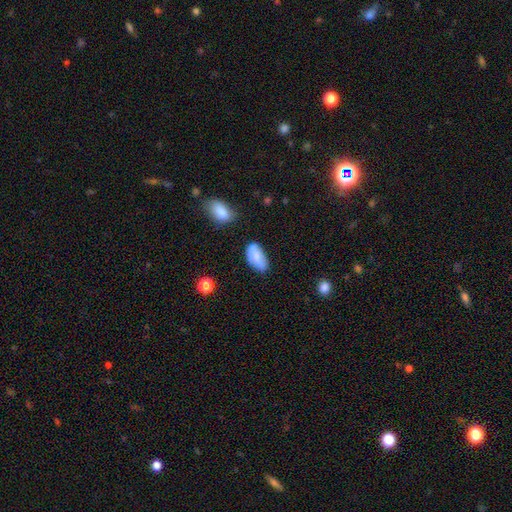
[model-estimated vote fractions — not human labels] smooth_or_featured: smooth (p=0.75) [alt: featured or disk p=0.18]
how_rounded: in between (p=0.93) [alt: cigar-shaped p=0.04]
merging: none (p=0.70) [alt: minor disturbance p=0.22]